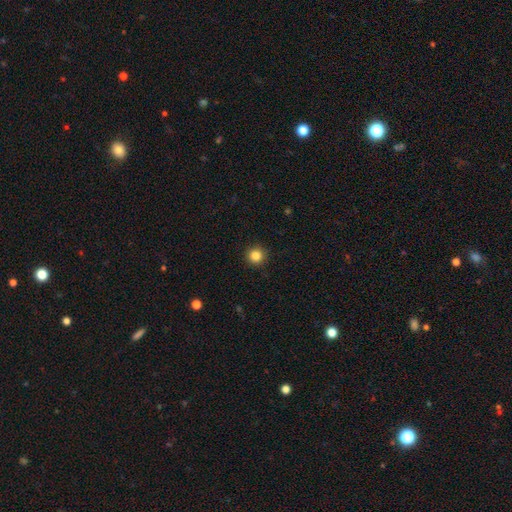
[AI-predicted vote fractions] Smooth or featured? smooth (84%)
How rounded? round (96%)
Merging? none (93%)